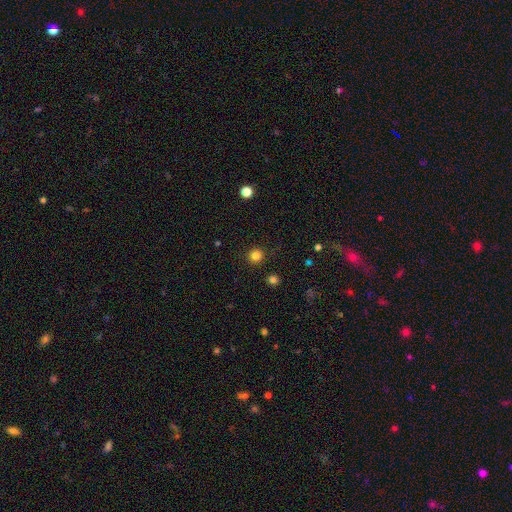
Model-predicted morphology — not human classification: smooth_or_featured: smooth (p=0.82) [alt: star or artifact p=0.14]
how_rounded: round (p=0.94) [alt: in between p=0.05]
merging: none (p=0.92) [alt: minor disturbance p=0.05]